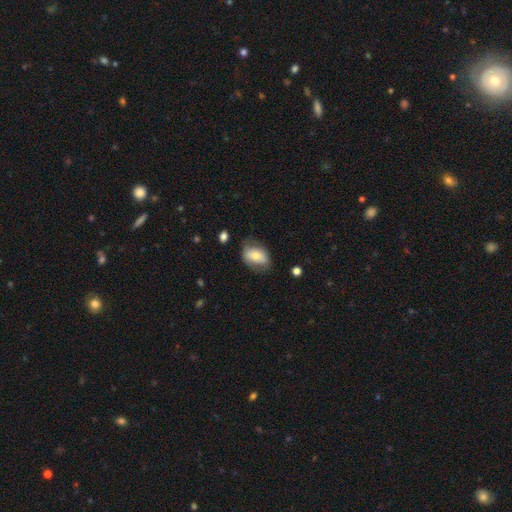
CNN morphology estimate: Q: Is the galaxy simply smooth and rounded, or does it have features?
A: smooth — 65%.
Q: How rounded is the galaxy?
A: in between — 81%.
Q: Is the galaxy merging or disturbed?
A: none — 65%.